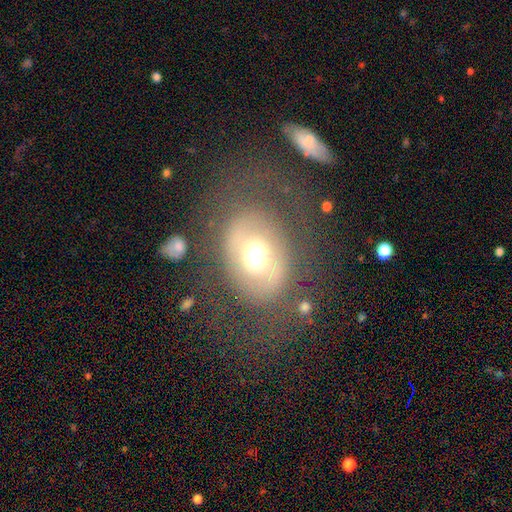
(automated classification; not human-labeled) smooth-or-featured: featured or disk: 47% | smooth: 43% | star or artifact: 11%
  merging: none: 63% | major disturbance: 18% | minor disturbance: 15% | merger: 3%